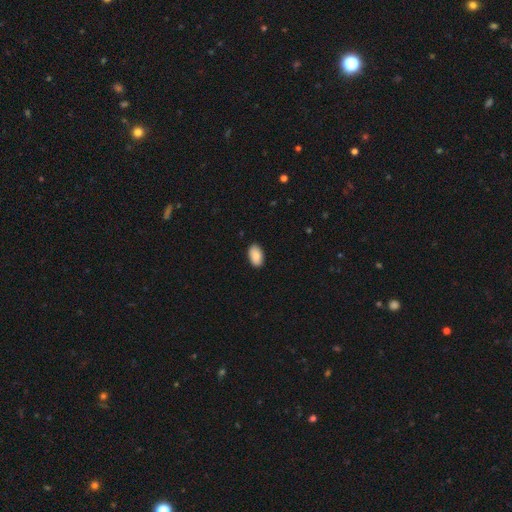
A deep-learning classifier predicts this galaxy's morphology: smooth-or-featured: smooth: 88% | star or artifact: 7% | featured or disk: 5%
  how-rounded: in between: 94% | round: 4% | cigar-shaped: 2%
  merging: none: 89% | minor disturbance: 9% | major disturbance: 2% | merger: 1%